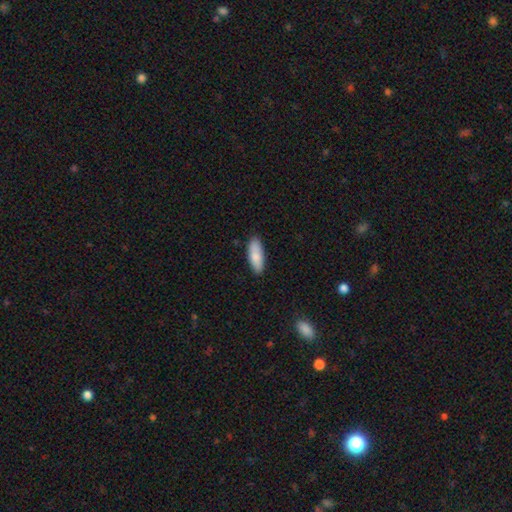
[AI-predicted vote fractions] Smooth or featured? smooth (85%)
How rounded? in between (67%)
Merging? none (87%)